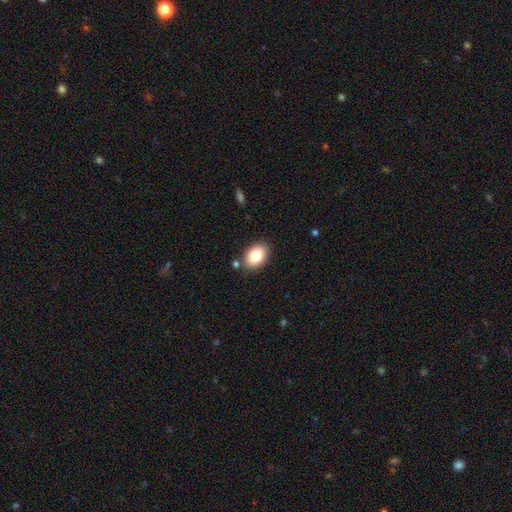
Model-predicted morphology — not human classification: smooth-or-featured: smooth: 83% | featured or disk: 9% | star or artifact: 7%
  how-rounded: in between: 87% | round: 12% | cigar-shaped: 1%
  merging: none: 83% | minor disturbance: 11% | merger: 4% | major disturbance: 2%